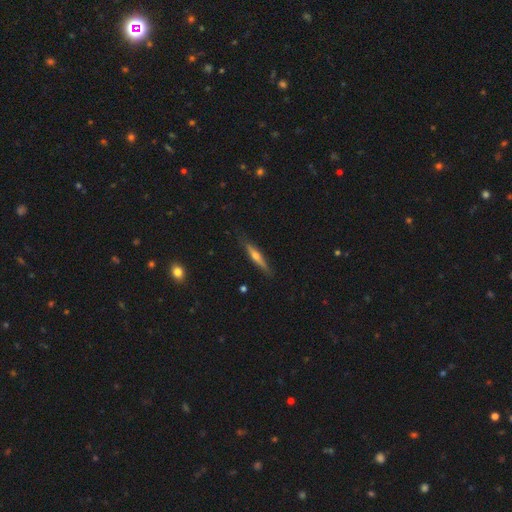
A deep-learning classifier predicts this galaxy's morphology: Q: Smooth or featured?
A: featured or disk (57%); runner-up: smooth (36%)
Q: Edge-on disk?
A: yes (95%); runner-up: no (5%)
Q: Edge-on bulge?
A: rounded (84%); runner-up: none (11%)
Q: Merging?
A: none (85%); runner-up: minor disturbance (11%)